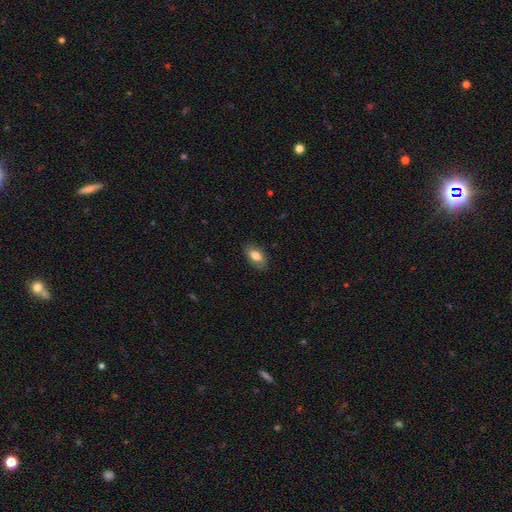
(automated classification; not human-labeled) This appears to be a smooth galaxy with no disk features (77%) that is in between round and cigar-shaped (92%). Merging: none (84%).